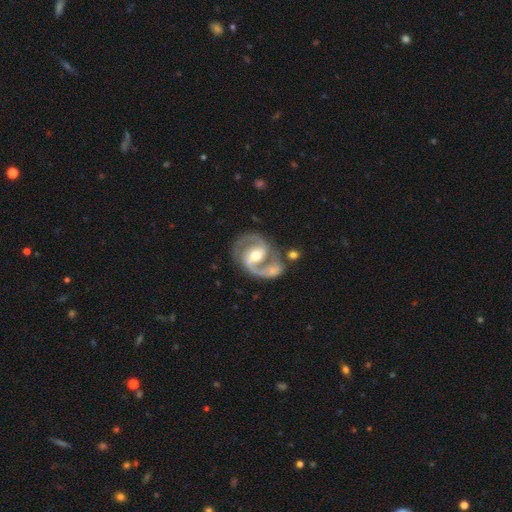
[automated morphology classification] Smooth or featured? Predicted: featured or disk (p=0.92). Edge-on disk? Predicted: no (p=0.98). Bar? Predicted: strong (p=0.41). Spiral arms? Predicted: yes (p=0.97). Spiral winding? Predicted: medium (p=0.59). Spiral arm count? Predicted: 2 (p=0.92). Bulge size? Predicted: moderate (p=0.69). Merging? Predicted: none (p=0.61).